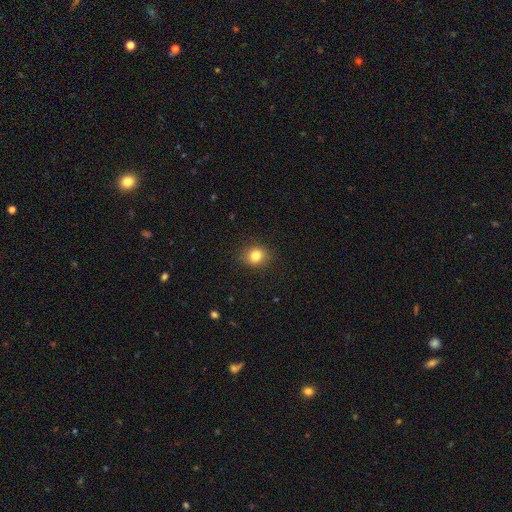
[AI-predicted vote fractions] Smooth or featured? smooth (81%)
How rounded? round (72%)
Merging? none (89%)